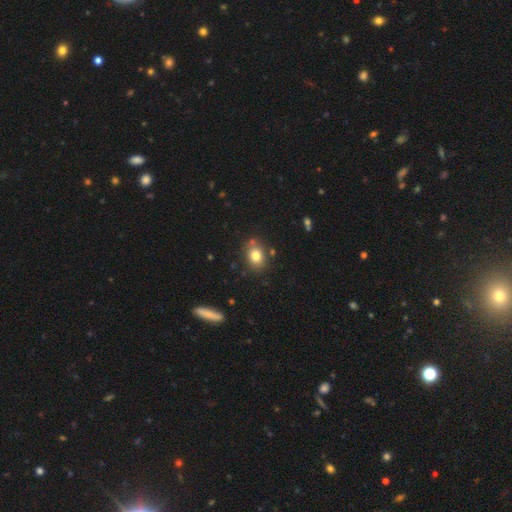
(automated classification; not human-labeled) Q: Smooth or featured?
A: smooth (79%); runner-up: star or artifact (11%)
Q: How rounded?
A: in between (55%); runner-up: round (44%)
Q: Merging?
A: none (78%); runner-up: minor disturbance (12%)